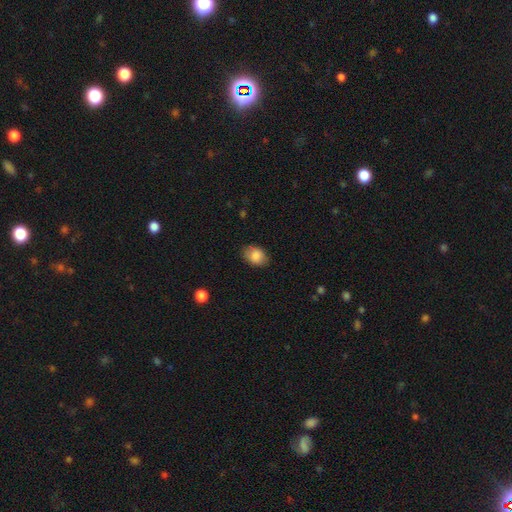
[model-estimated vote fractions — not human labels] A smooth galaxy with no disk features (85%) that is in between round and cigar-shaped (77%). Merging: none (80%).